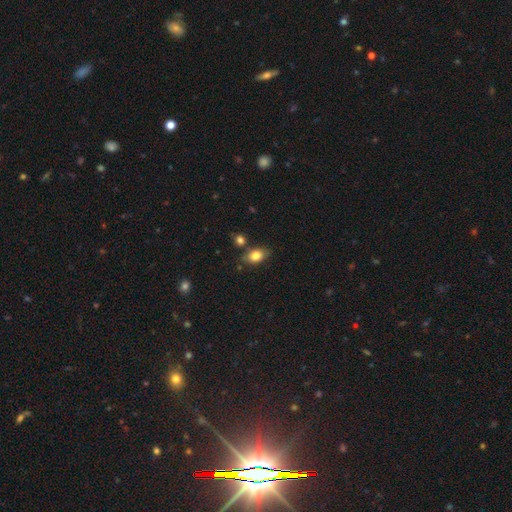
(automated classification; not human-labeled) Smooth or featured?
  - smooth: 82% *
  - featured or disk: 9%
  - star or artifact: 9%
How rounded?
  - in between: 79% *
  - round: 19%
  - cigar-shaped: 2%
Merging?
  - none: 73% *
  - minor disturbance: 15%
  - merger: 8%
  - major disturbance: 3%